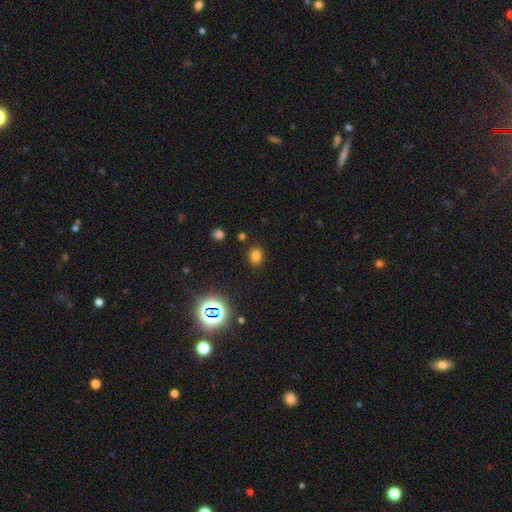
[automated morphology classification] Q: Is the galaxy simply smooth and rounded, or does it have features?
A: smooth — 74%.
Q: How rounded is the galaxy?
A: round — 59%.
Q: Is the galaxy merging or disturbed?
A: none — 85%.